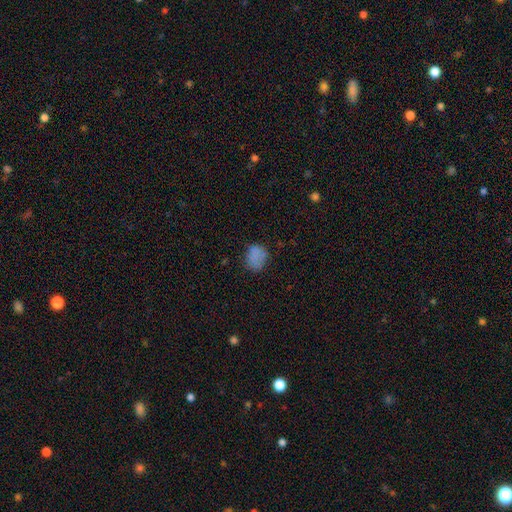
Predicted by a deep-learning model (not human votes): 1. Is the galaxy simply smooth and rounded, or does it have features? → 76% smooth, 13% star or artifact, 10% featured or disk.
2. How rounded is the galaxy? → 51% round, 48% in between, 1% cigar-shaped.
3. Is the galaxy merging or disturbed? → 62% none, 24% minor disturbance, 11% major disturbance, 3% merger.